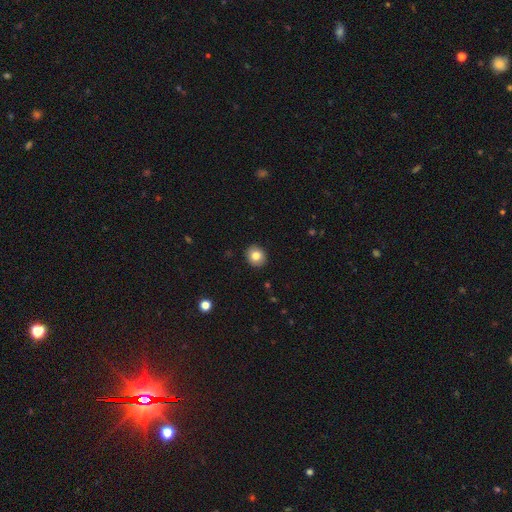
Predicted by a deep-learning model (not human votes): Smooth or featured: smooth — 81% (star or artifact — 10%)
How rounded: round — 83% (in between — 16%)
Merging: none — 91% (minor disturbance — 6%)